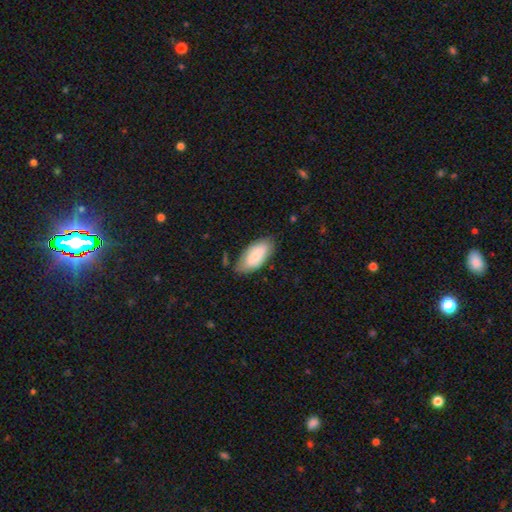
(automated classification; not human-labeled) The model was most divided on "merging": none: 69%, minor disturbance: 23%, major disturbance: 5%, merger: 3%. More confident: how rounded — in between (93%); smooth or featured — smooth (76%).